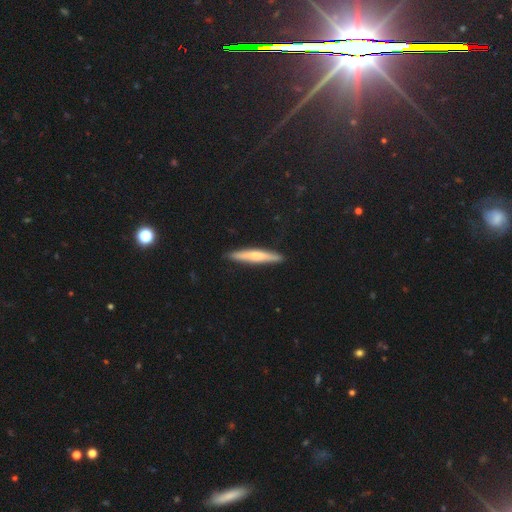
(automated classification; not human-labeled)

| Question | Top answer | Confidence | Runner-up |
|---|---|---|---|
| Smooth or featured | smooth | 51% | featured or disk (43%) |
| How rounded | cigar-shaped | 94% | in between (5%) |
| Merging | none | 91% | minor disturbance (7%) |